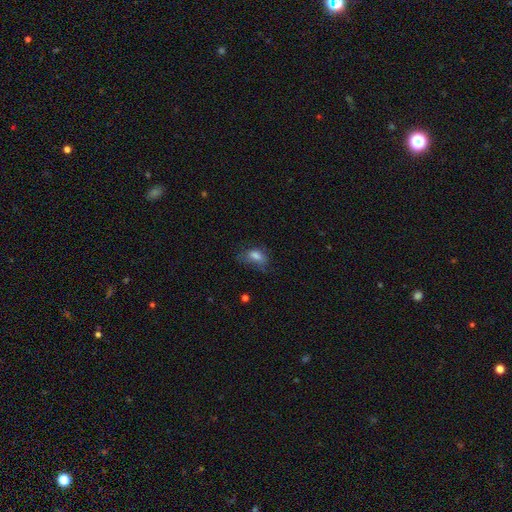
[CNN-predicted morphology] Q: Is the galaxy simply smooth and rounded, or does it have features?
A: smooth — 70%.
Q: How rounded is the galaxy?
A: in between — 84%.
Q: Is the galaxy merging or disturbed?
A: none — 39%.